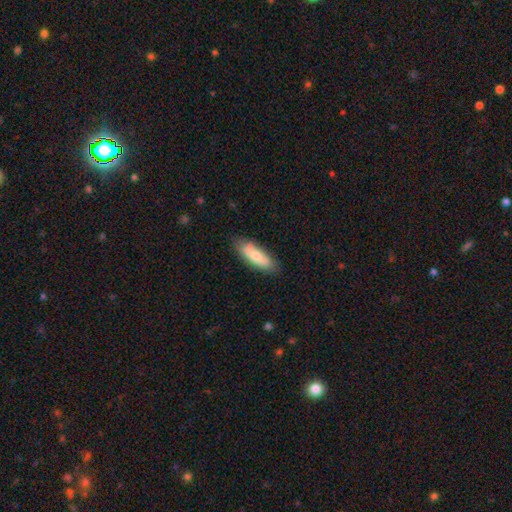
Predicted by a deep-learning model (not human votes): Smooth or featured?
  - smooth: 73% *
  - featured or disk: 22%
  - star or artifact: 6%
How rounded?
  - in between: 60% *
  - cigar-shaped: 38%
  - round: 2%
Merging?
  - none: 77% *
  - minor disturbance: 17%
  - major disturbance: 3%
  - merger: 2%